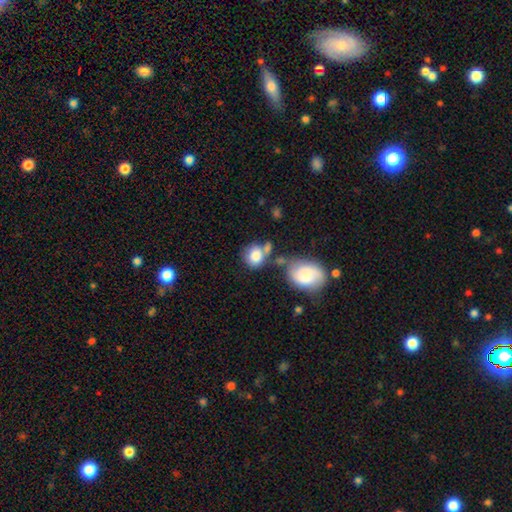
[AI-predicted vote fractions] This is clearly a smooth galaxy (81%). How rounded: likely round (62%). Merging: marginally none (44%).